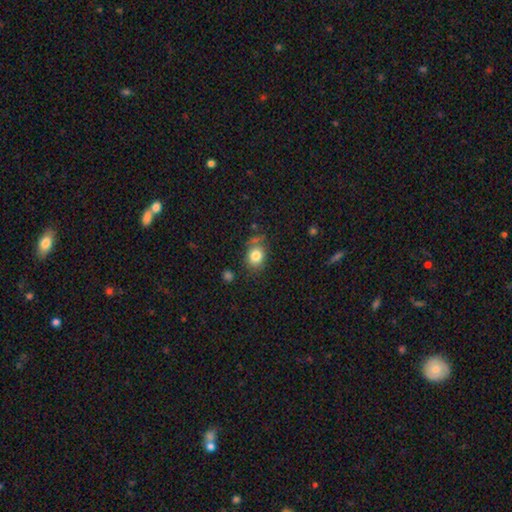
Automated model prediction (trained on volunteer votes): Smooth or featured?
  - smooth: 82% *
  - star or artifact: 10%
  - featured or disk: 8%
How rounded?
  - round: 56% *
  - in between: 43%
  - cigar-shaped: 1%
Merging?
  - none: 67% *
  - minor disturbance: 20%
  - merger: 7%
  - major disturbance: 6%